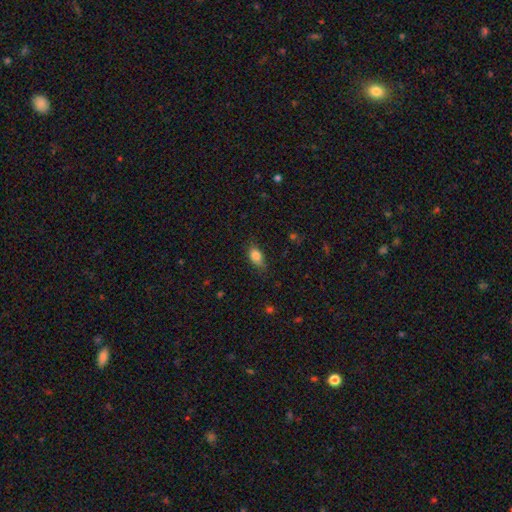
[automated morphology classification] Smooth or featured: smooth — 84% (star or artifact — 8%)
How rounded: in between — 86% (round — 9%)
Merging: none — 71% (minor disturbance — 23%)